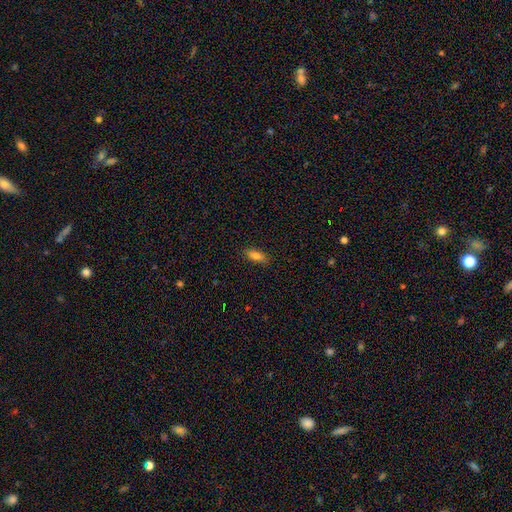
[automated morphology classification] type=smooth (80%); roundness=in between (79%); merging=none (85%).